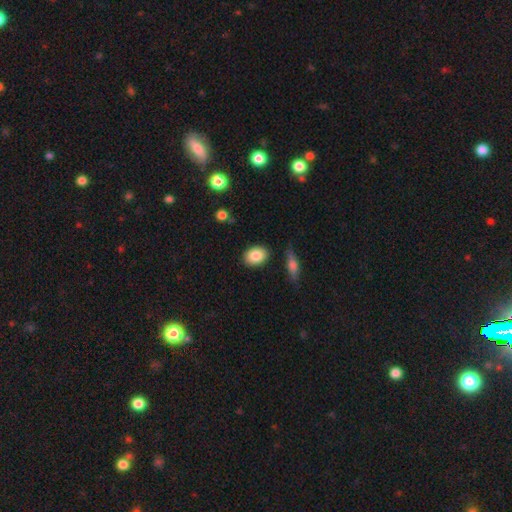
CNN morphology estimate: smooth 85%, featured or disk 8%, star or artifact 7%. Down the decision tree: how rounded — in between (74%); merging — none (86%).